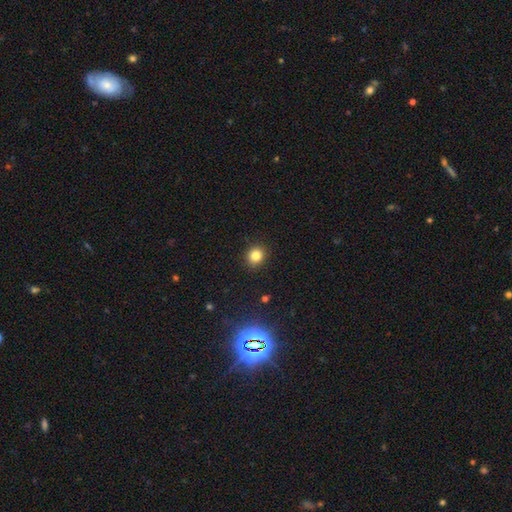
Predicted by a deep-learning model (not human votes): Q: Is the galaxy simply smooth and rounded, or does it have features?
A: smooth — 82%.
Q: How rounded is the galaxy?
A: round — 83%.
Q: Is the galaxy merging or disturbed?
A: none — 91%.